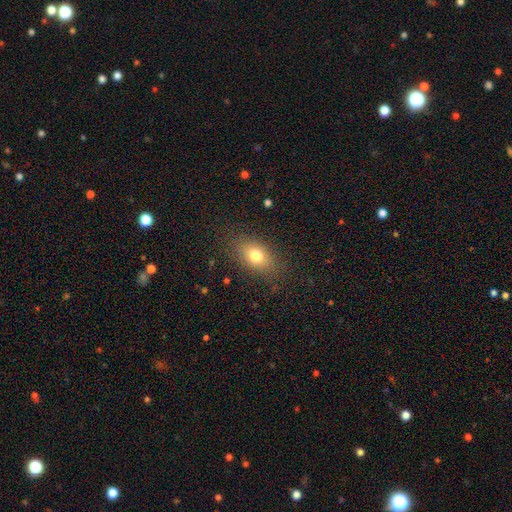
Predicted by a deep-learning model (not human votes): Smooth or featured? Predicted: smooth (p=0.75). How rounded? Predicted: in between (p=0.81). Merging? Predicted: none (p=0.83).